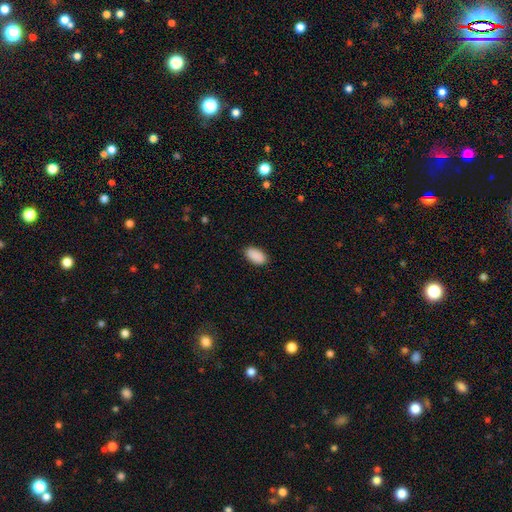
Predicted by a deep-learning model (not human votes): smooth 91%, star or artifact 7%, featured or disk 2%. Down the decision tree: how rounded — in between (95%); merging — none (88%).